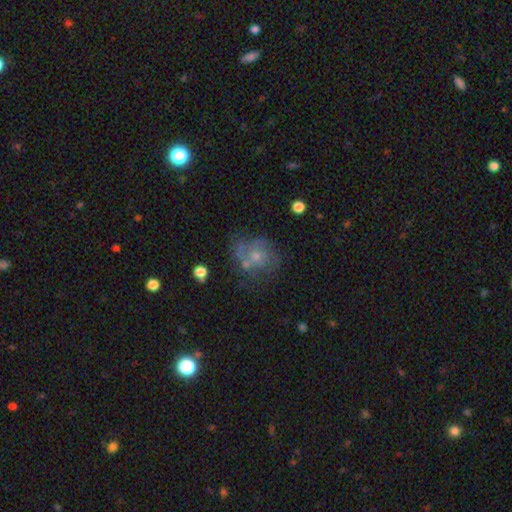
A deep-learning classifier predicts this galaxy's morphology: smooth-or-featured: featured or disk: 55% | smooth: 33% | star or artifact: 12%
  disk-edge-on: no: 98% | yes: 2%
    bar: no: 81% | weak: 17% | strong: 3%
    has-spiral-arms: yes: 64% | no: 36%
    bulge-size: small: 56% | moderate: 34% | none: 6% | large: 2% | dominant: 1%
  merging: none: 47% | minor disturbance: 23% | major disturbance: 20% | merger: 10%